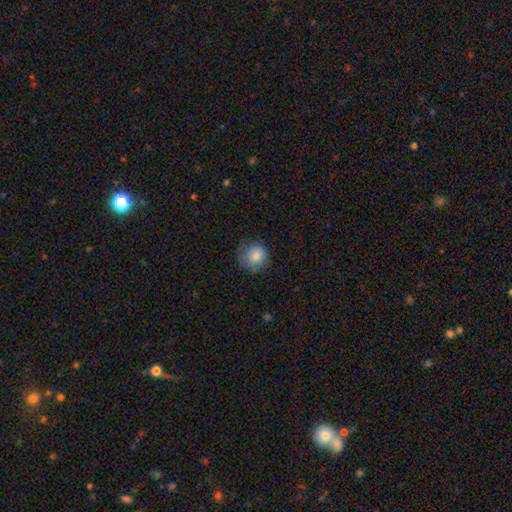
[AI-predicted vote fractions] Overall: smooth (81%). How rounded: round (86%). Merging: none (66%).